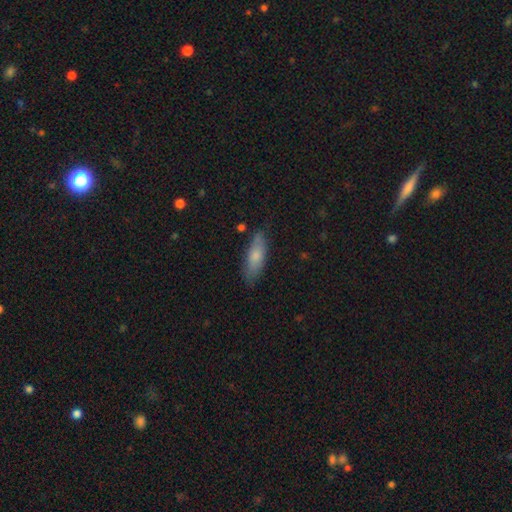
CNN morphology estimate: type=smooth (74%); roundness=in between (56%); merging=none (77%).